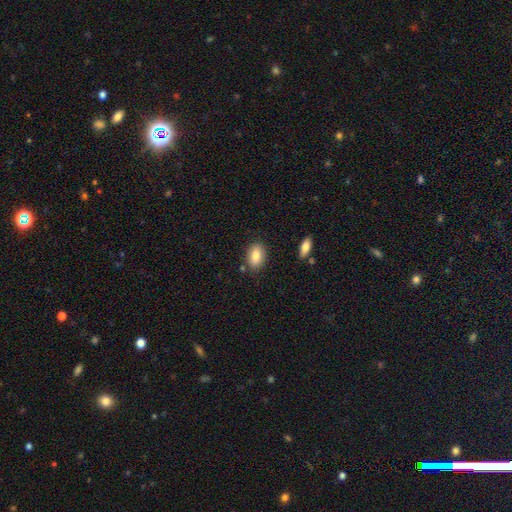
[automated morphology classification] This appears to be a smooth galaxy with no disk features (83%) that is in between round and cigar-shaped (87%). Merging: none (83%).